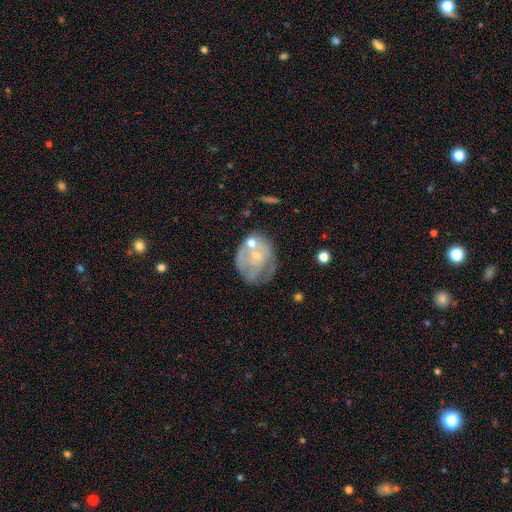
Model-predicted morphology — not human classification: featured or disk 60%, smooth 32%, star or artifact 8%. Down the decision tree: edge-on disk — no (98%); bar — no (79%); spiral arms — yes (52%); bulge size — small (57%); merging — none (43%).